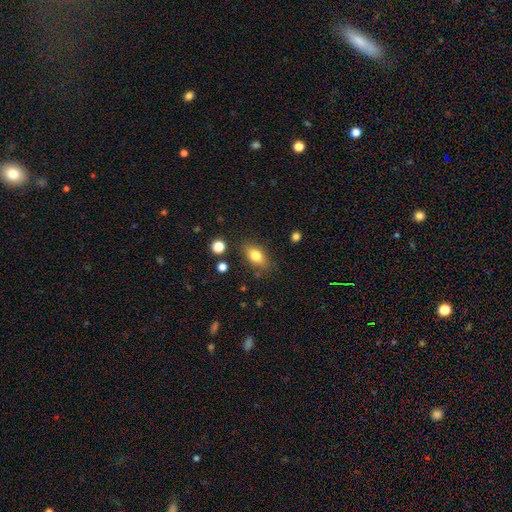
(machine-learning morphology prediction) smooth-or-featured: smooth: 77% | featured or disk: 14% | star or artifact: 9%
  how-rounded: in between: 83% | round: 11% | cigar-shaped: 6%
  merging: none: 81% | minor disturbance: 13% | major disturbance: 3% | merger: 3%